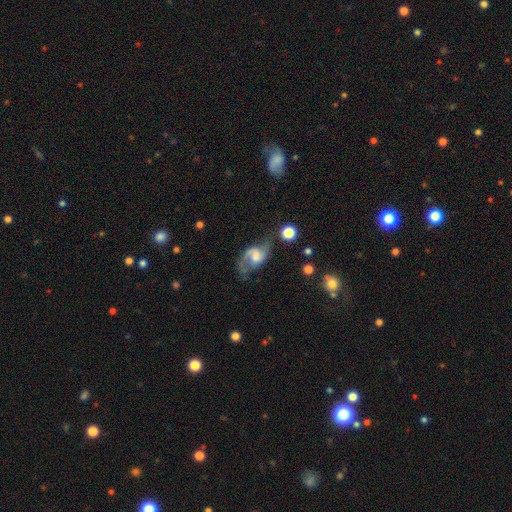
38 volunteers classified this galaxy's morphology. Q: Smooth or featured?
A: featured or disk (92%); runner-up: smooth (5%)
Q: Edge-on disk?
A: no (94%); runner-up: yes (6%)
Q: Bar?
A: no (48%); runner-up: weak (45%)
Q: Spiral arms?
A: yes (100%)
Q: Spiral winding?
A: medium (45%); runner-up: loose (42%)
Q: Spiral arm count?
A: 2 (76%); runner-up: 1 (21%)
Q: Bulge size?
A: moderate (33%); runner-up: none (30%)
Q: Merging?
A: none (70%); runner-up: minor disturbance (16%)